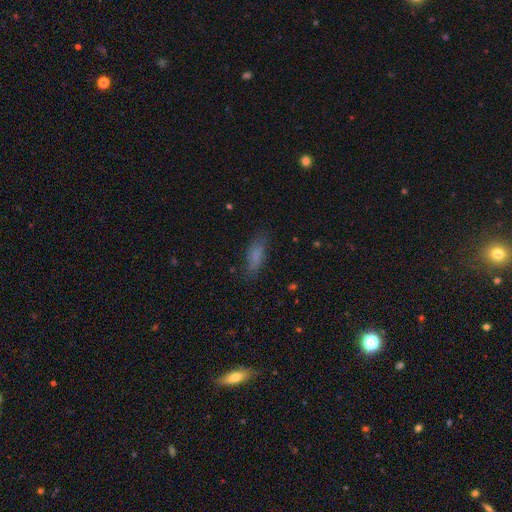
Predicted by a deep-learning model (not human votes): Morphology: type=smooth (75%); roundness=in between (61%); merging=none (73%).